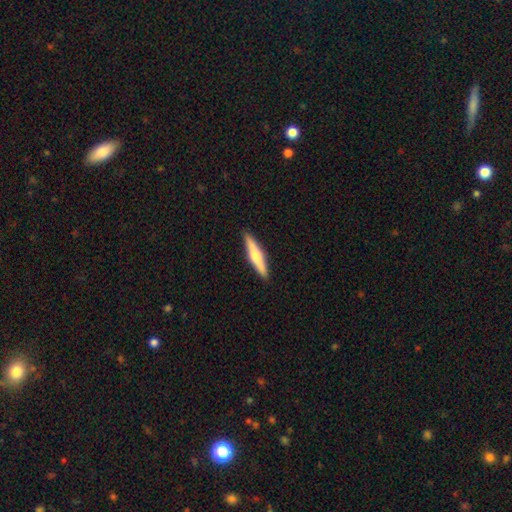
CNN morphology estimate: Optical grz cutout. It shows a featured or disk galaxy (52%) viewed edge-on (96%). Merging: none (92%).